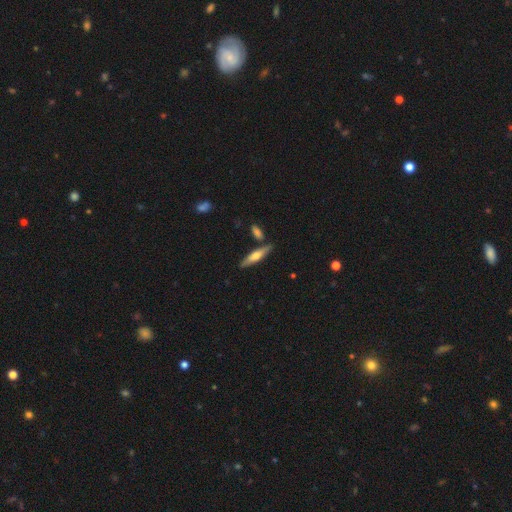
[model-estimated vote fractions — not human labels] Morphology: type=featured or disk (50%); edge-on=yes (92%); merging=none (81%).